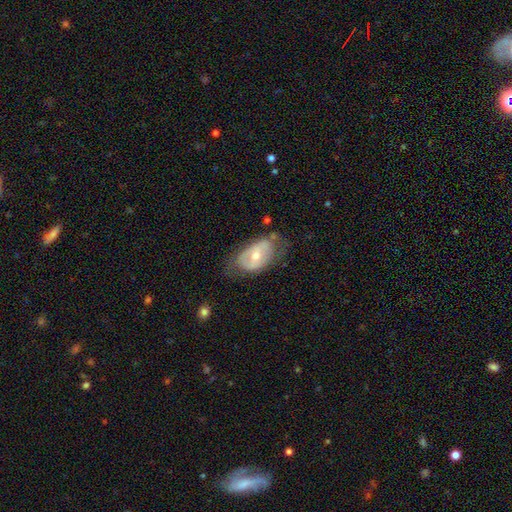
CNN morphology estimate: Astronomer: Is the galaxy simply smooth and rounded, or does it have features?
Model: featured or disk — 56% (runner-up: smooth, 38%).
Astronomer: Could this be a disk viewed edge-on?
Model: no — 92%.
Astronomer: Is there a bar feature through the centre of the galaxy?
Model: weak — 37% (runner-up: no, 35%).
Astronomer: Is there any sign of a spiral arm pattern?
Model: no — 67%.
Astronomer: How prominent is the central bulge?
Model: moderate — 59% (runner-up: small, 36%).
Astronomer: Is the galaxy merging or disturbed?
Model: none — 55%.